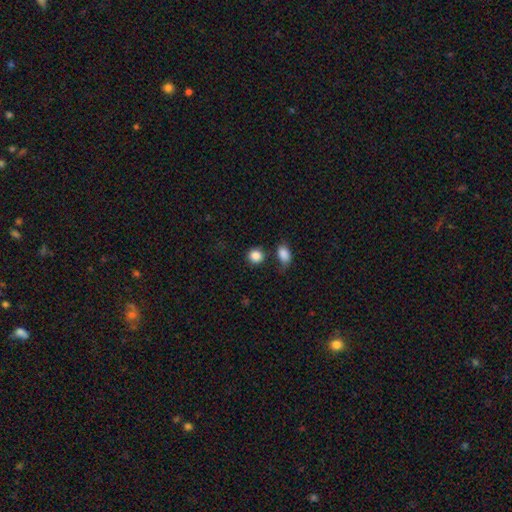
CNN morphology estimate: The model was most divided on "merging": none: 75%, minor disturbance: 11%, merger: 10%, major disturbance: 4%. More confident: smooth or featured — smooth (87%); how rounded — round (84%).